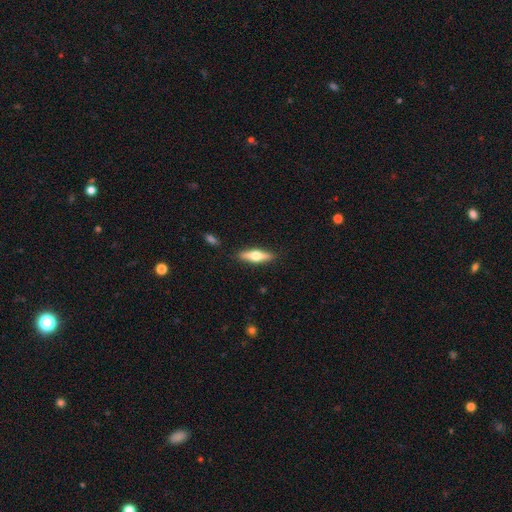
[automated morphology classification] This is possibly a featured or disk galaxy (49%). Merging: clearly none (88%).